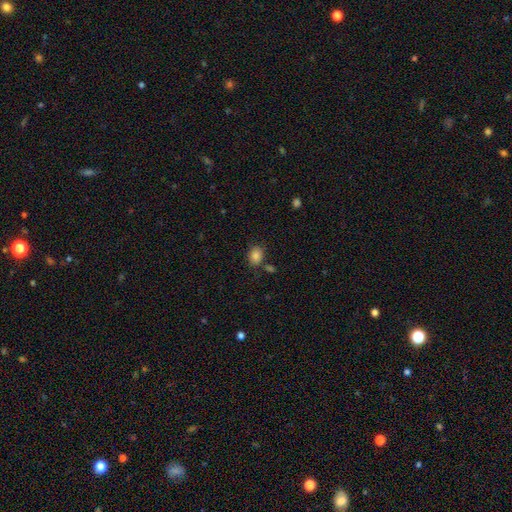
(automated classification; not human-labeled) Morphology: type=smooth (84%); roundness=in between (56%); merging=none (74%).